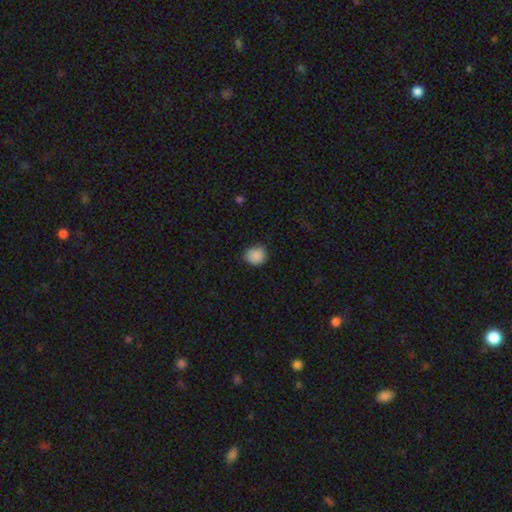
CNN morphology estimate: Q: Smooth or featured?
A: smooth (87%); runner-up: star or artifact (9%)
Q: How rounded?
A: round (77%); runner-up: in between (22%)
Q: Merging?
A: none (79%); runner-up: minor disturbance (17%)